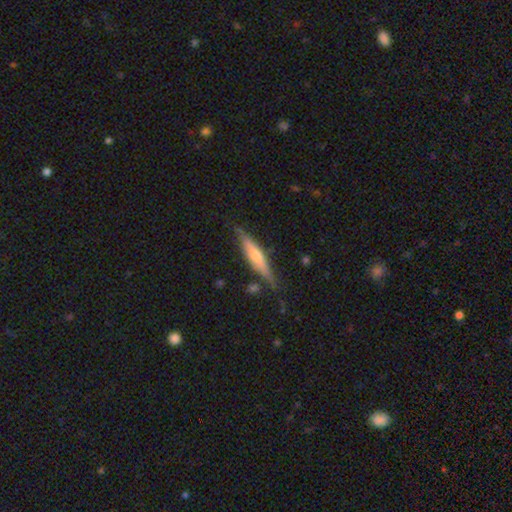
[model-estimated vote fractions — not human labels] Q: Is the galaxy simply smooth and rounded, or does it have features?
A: featured or disk — 63%.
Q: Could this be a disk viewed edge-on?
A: yes — 95%.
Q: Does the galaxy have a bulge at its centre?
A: rounded — 75%.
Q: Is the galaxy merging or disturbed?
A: none — 83%.